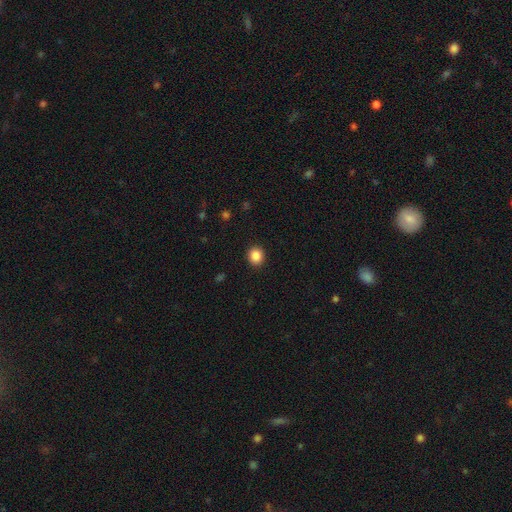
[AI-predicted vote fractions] smooth-or-featured: smooth: 87% | star or artifact: 10% | featured or disk: 3%
  how-rounded: round: 86% | in between: 13% | cigar-shaped: 1%
  merging: none: 92% | minor disturbance: 5% | major disturbance: 2% | merger: 1%